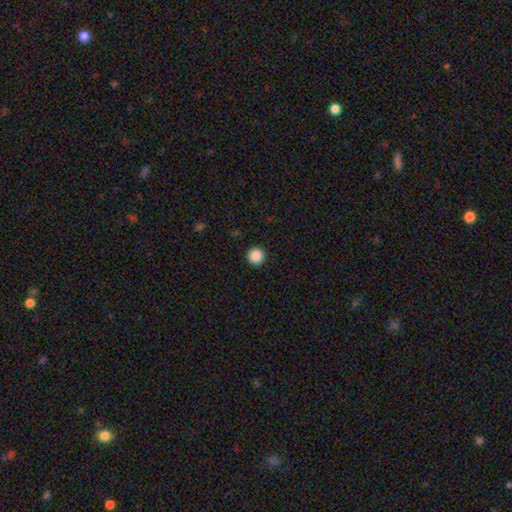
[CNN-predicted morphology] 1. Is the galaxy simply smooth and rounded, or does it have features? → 88% smooth, 10% star or artifact, 3% featured or disk.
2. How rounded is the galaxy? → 96% round, 3% in between, 1% cigar-shaped.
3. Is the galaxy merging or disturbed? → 93% none, 4% minor disturbance, 2% major disturbance, 1% merger.